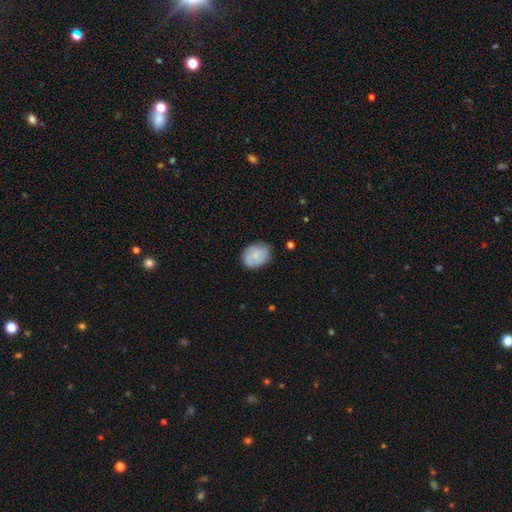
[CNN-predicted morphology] The model was most divided on "how rounded": in between: 60%, round: 39%, cigar-shaped: 1%. More confident: smooth or featured — smooth (72%); merging — none (71%).